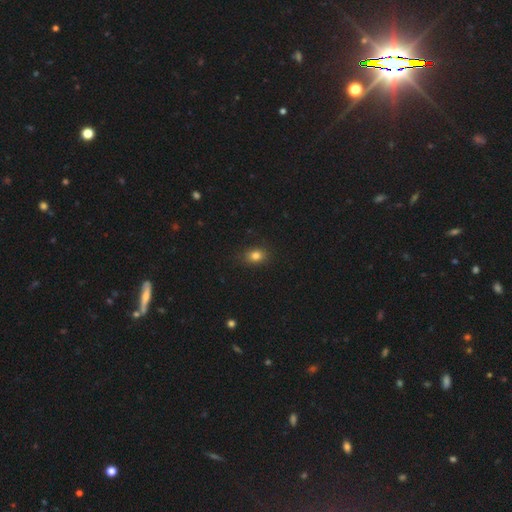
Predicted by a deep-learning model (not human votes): Smooth or featured: smooth — 81% (star or artifact — 12%)
How rounded: in between — 60% (round — 39%)
Merging: none — 86% (minor disturbance — 11%)